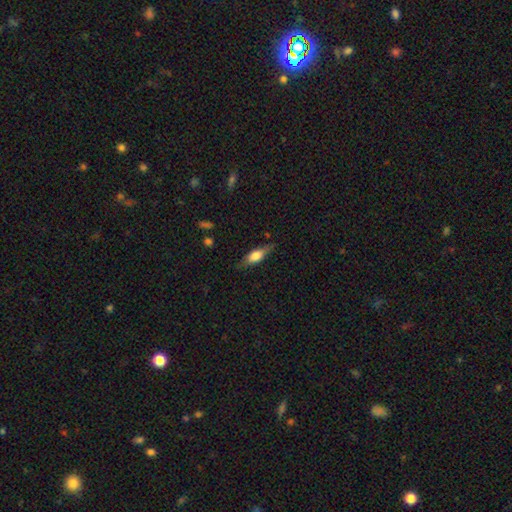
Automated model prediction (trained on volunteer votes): A smooth galaxy with no disk features (55%) that is in between round and cigar-shaped (53%). Merging: none (77%).